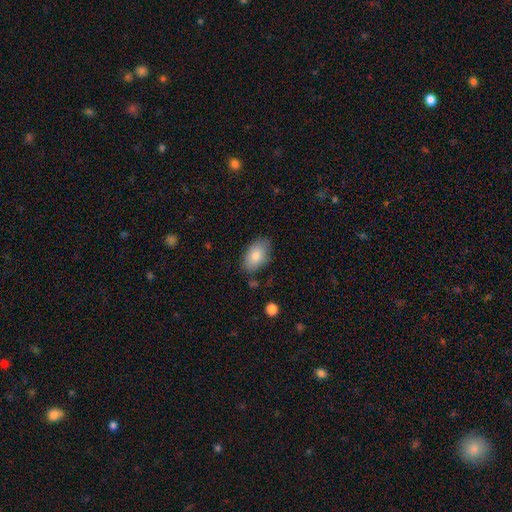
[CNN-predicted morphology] Smooth or featured? smooth (83%)
How rounded? in between (93%)
Merging? none (76%)